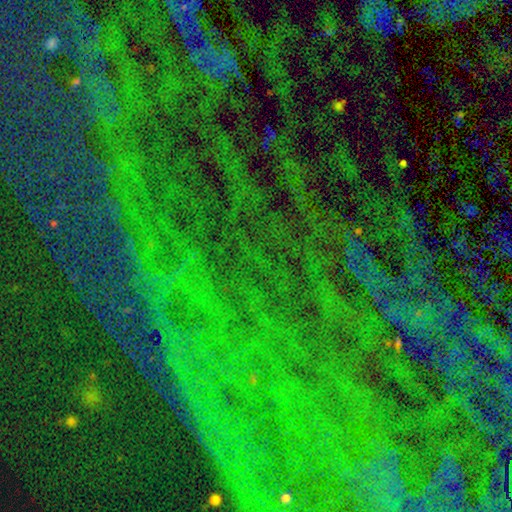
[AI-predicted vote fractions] Q: Smooth or featured?
A: star or artifact (84%); runner-up: smooth (8%)